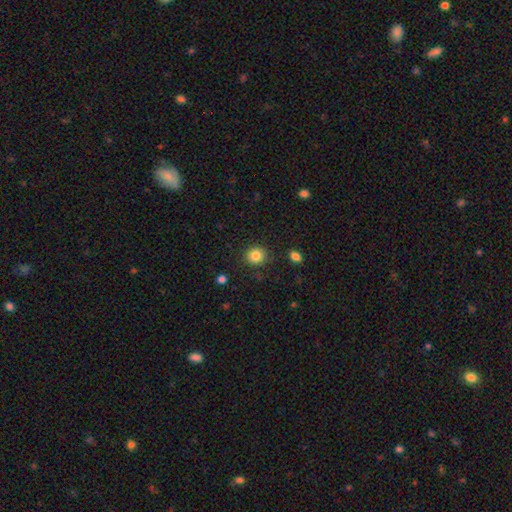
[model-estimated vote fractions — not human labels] Smooth or featured? Predicted: smooth (p=0.84). How rounded? Predicted: round (p=0.86). Merging? Predicted: none (p=0.87).